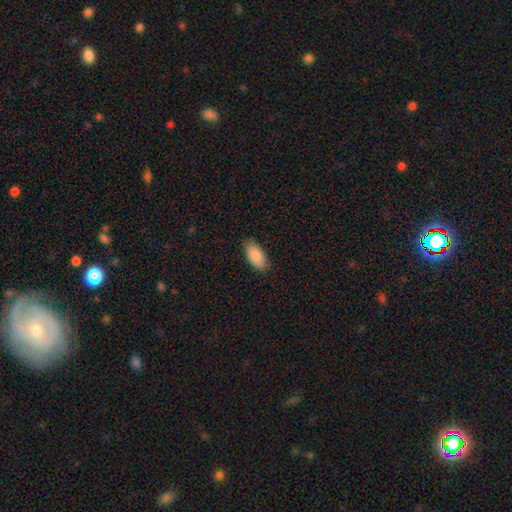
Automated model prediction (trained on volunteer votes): This is clearly a smooth galaxy (88%). How rounded: clearly in between (93%). Merging: clearly none (86%).